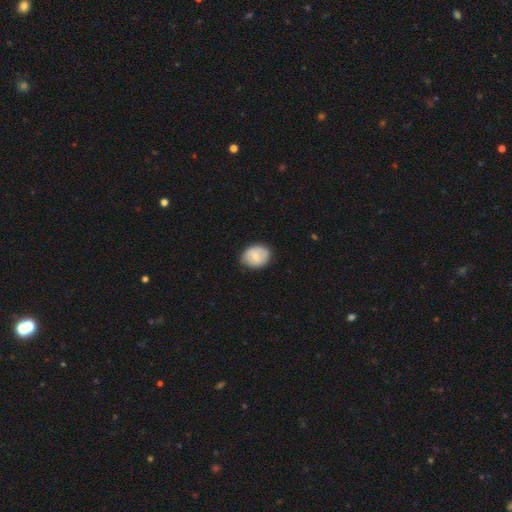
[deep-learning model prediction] Smooth or featured: smooth — 66% (featured or disk — 28%)
How rounded: in between — 53% (round — 46%)
Merging: none — 79% (minor disturbance — 17%)